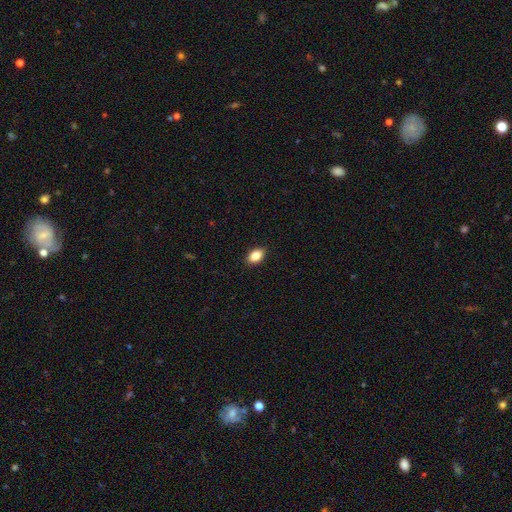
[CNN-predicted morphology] Smooth or featured? smooth (86%)
How rounded? in between (88%)
Merging? none (89%)